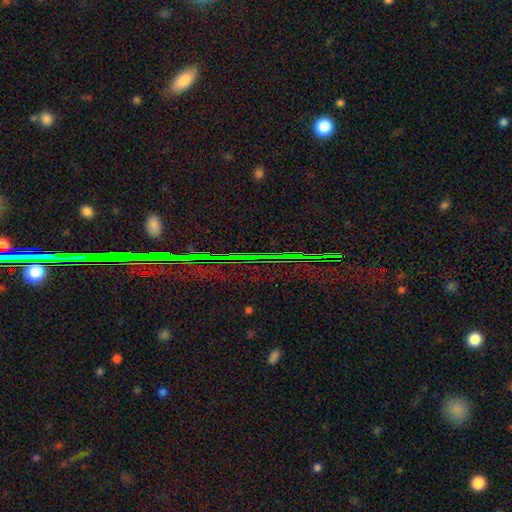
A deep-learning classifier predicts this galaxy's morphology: The model was most divided on "smooth or featured": star or artifact: 81%, featured or disk: 10%, smooth: 9%.